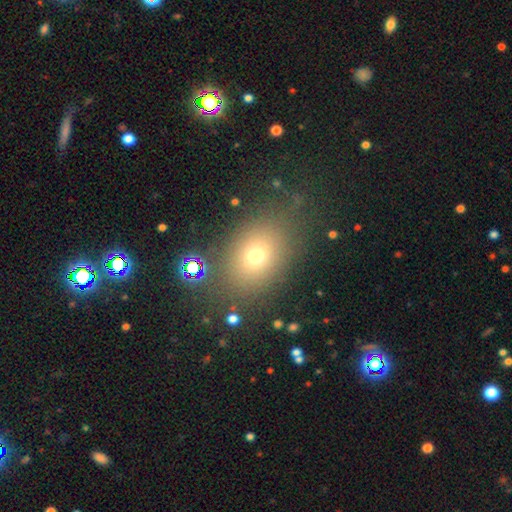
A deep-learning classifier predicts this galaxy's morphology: Smooth or featured?
  - smooth: 68% *
  - star or artifact: 19%
  - featured or disk: 13%
How rounded?
  - in between: 62% *
  - round: 36%
  - cigar-shaped: 2%
Merging?
  - none: 78% *
  - minor disturbance: 12%
  - major disturbance: 7%
  - merger: 4%